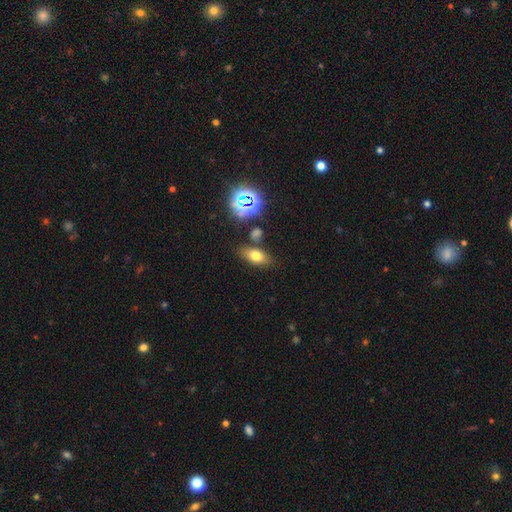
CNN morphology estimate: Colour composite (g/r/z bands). It shows a smooth galaxy with no disk features (67%) that is in between round and cigar-shaped (79%). Merging: none (75%).